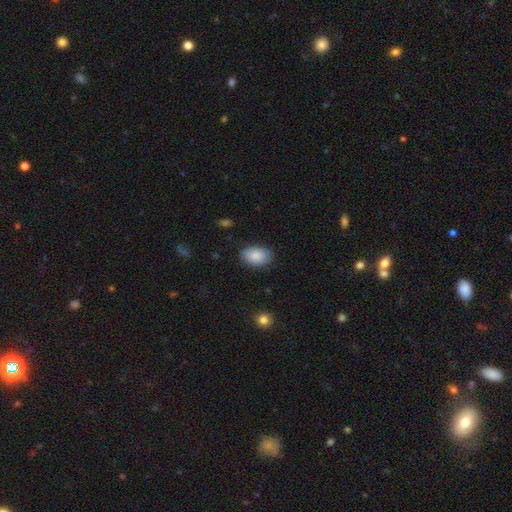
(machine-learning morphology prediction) smooth 88%, star or artifact 6%, featured or disk 5%. Down the decision tree: how rounded — in between (89%); merging — none (85%).